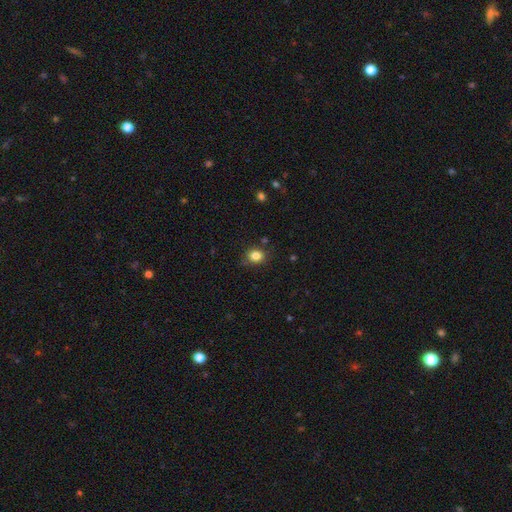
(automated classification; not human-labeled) Q: Smooth or featured?
A: smooth (83%); runner-up: star or artifact (11%)
Q: How rounded?
A: round (60%); runner-up: in between (39%)
Q: Merging?
A: none (80%); runner-up: minor disturbance (14%)